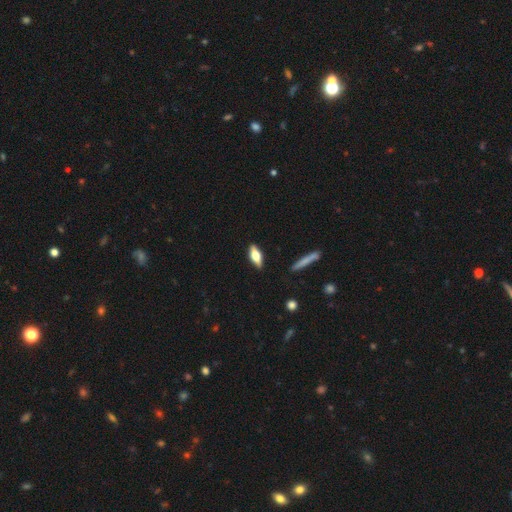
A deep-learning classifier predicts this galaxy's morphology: Smooth or featured: smooth — 55% (featured or disk — 38%)
How rounded: in between — 62% (cigar-shaped — 35%)
Merging: none — 87% (minor disturbance — 10%)